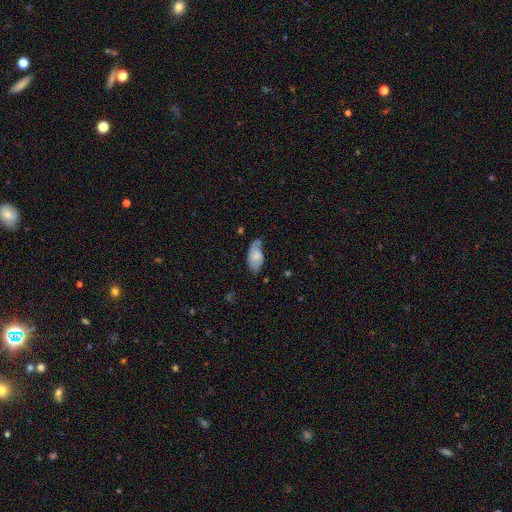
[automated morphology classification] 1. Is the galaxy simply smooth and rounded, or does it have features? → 56% smooth, 37% featured or disk, 7% star or artifact.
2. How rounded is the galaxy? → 93% in between, 4% round, 3% cigar-shaped.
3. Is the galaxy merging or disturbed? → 46% none, 35% minor disturbance, 14% major disturbance, 5% merger.